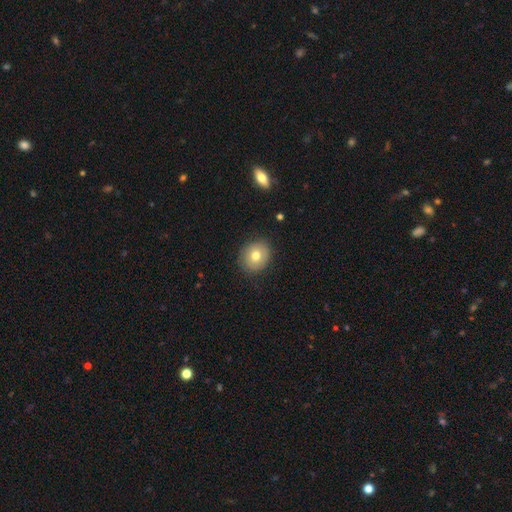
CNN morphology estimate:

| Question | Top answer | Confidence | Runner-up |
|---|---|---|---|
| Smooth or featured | smooth | 73% | featured or disk (17%) |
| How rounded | round | 77% | in between (22%) |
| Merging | none | 85% | minor disturbance (11%) |